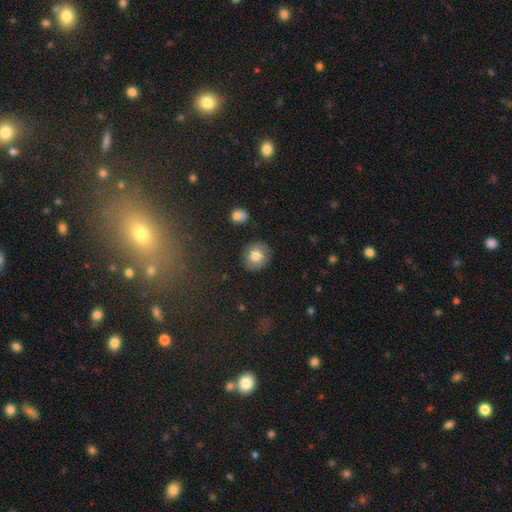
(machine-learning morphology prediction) smooth 76%, featured or disk 16%, star or artifact 8%. Down the decision tree: how rounded — round (78%); merging — none (85%).